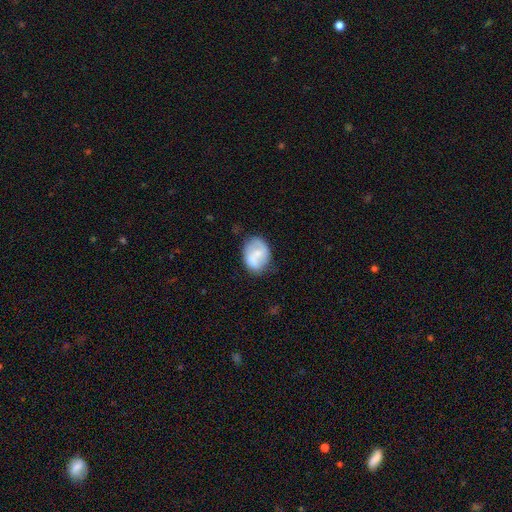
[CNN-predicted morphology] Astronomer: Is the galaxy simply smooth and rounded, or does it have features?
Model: smooth — 49% (runner-up: featured or disk, 44%).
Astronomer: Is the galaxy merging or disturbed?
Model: none — 59%.